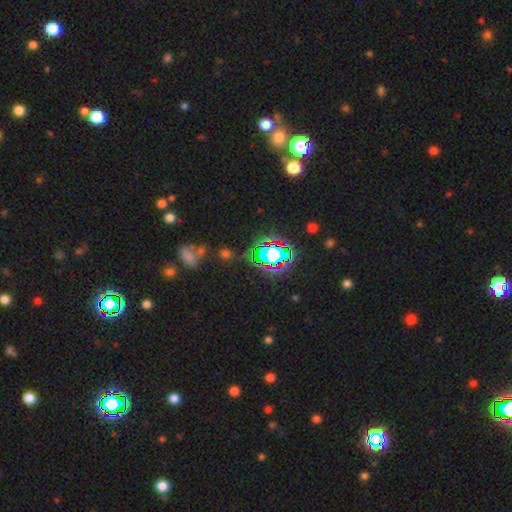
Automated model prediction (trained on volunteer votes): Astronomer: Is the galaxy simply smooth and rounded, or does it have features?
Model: star or artifact — 68%.